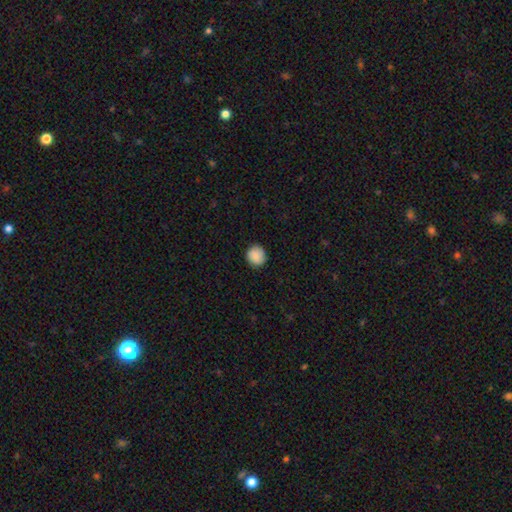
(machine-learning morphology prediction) Overall: smooth (88%). How rounded: round (88%). Merging: none (88%).